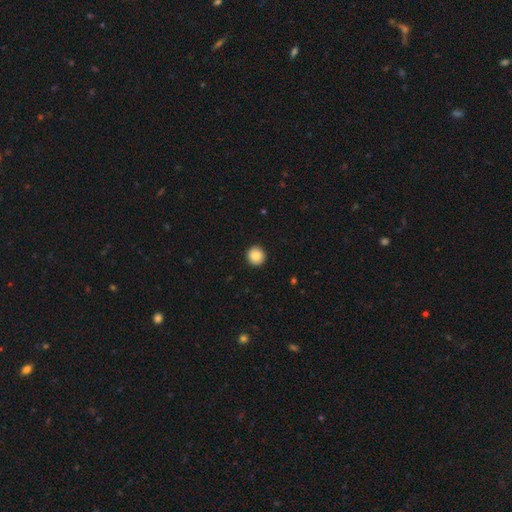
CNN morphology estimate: This appears to be a smooth galaxy with no disk features (86%) that is round (95%). Merging: none (93%).